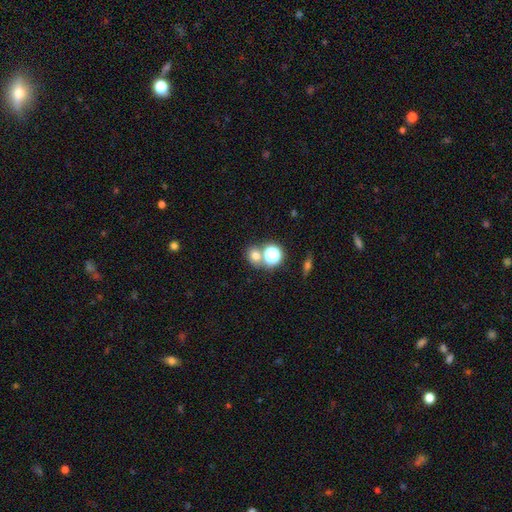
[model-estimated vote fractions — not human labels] Overall: smooth (69%). How rounded: round (74%). Merging: none (61%; merger 28%).